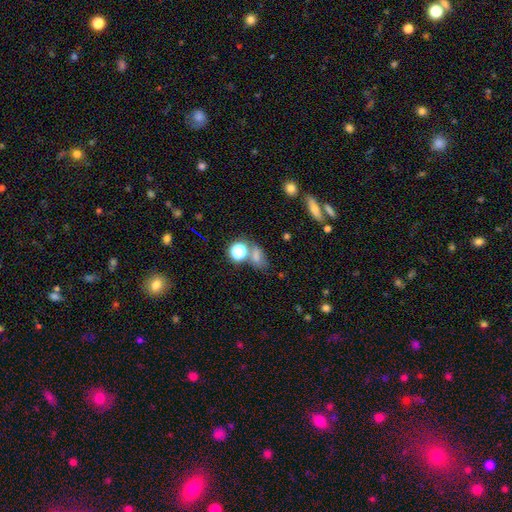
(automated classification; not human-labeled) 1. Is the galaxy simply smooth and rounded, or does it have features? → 65% smooth, 24% star or artifact, 11% featured or disk.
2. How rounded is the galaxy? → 64% in between, 32% round, 4% cigar-shaped.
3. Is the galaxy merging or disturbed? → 51% none, 26% merger, 15% minor disturbance, 8% major disturbance.